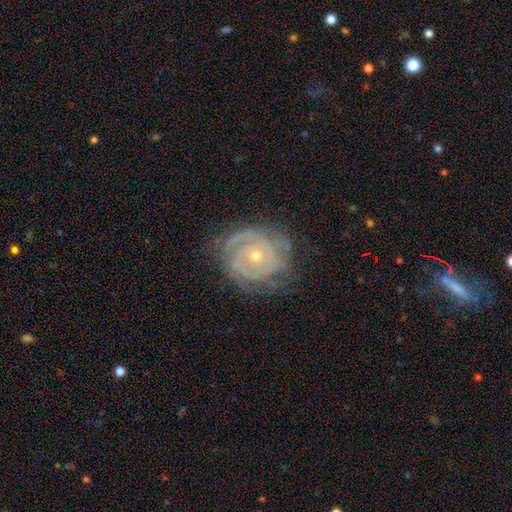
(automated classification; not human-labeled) This is clearly a featured or disk galaxy (86%). It is clearly not viewed edge-on (97%). Bar: likely no (78%). Spiral arm pattern: clearly yes (95%). Spiral arm count: marginally 2 (33%). Spiral winding: likely tight (77%). Central bulge: likely small (64%). Merging: likely none (73%).